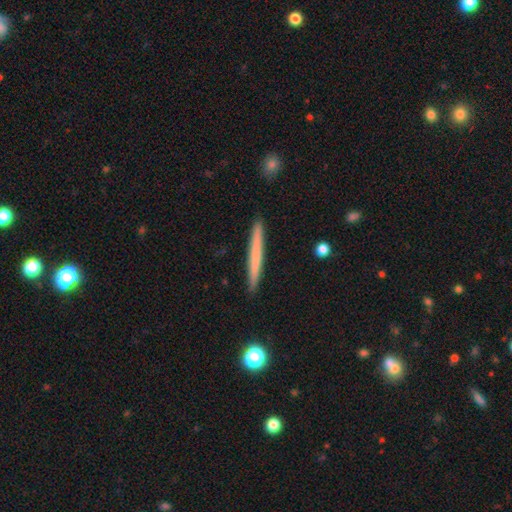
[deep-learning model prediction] Smooth or featured?
  - smooth: 62% *
  - featured or disk: 33%
  - star or artifact: 6%
How rounded?
  - cigar-shaped: 97% *
  - in between: 2%
  - round: 1%
Merging?
  - none: 92% *
  - minor disturbance: 5%
  - major disturbance: 1%
  - merger: 1%